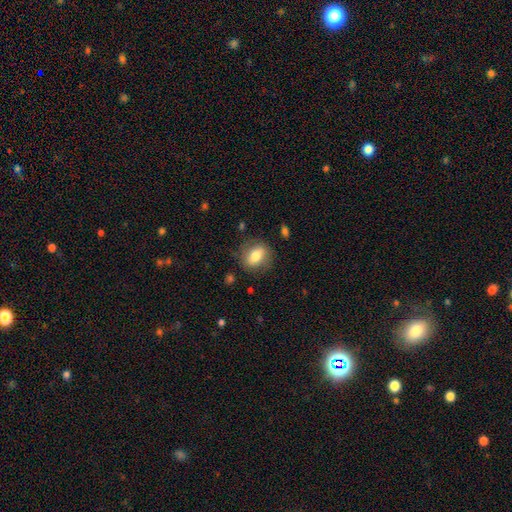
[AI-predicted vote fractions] Smooth or featured: smooth — 73% (featured or disk — 19%)
How rounded: in between — 61% (round — 36%)
Merging: none — 80% (minor disturbance — 14%)